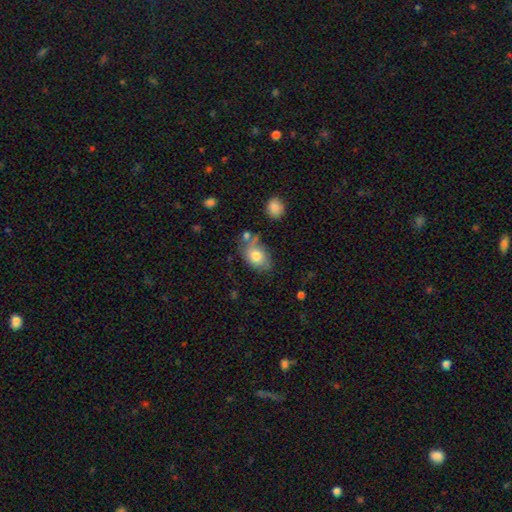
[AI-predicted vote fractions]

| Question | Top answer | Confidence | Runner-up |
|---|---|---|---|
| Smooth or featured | smooth | 72% | featured or disk (20%) |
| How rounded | in between | 81% | round (18%) |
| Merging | none | 49% | minor disturbance (26%) |